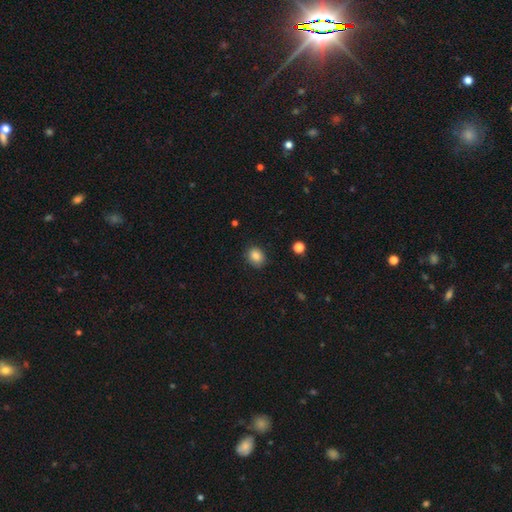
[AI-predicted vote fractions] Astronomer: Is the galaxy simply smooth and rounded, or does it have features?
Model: smooth — 86%.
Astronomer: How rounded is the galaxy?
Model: round — 55% (runner-up: in between, 44%).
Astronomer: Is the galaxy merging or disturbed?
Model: none — 85%.